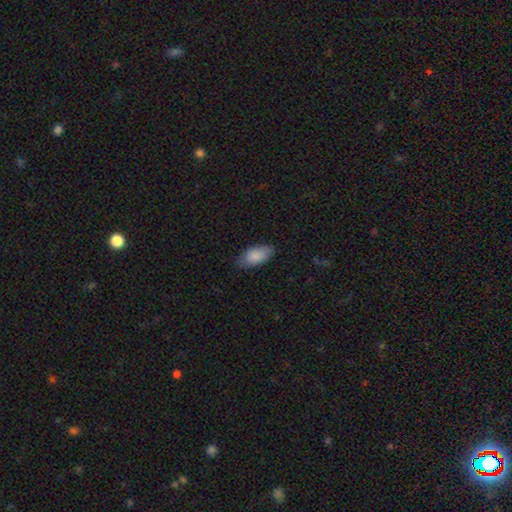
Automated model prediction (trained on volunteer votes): smooth_or_featured: smooth (p=0.88) [alt: featured or disk p=0.06]
how_rounded: in between (p=0.92) [alt: cigar-shaped p=0.06]
merging: none (p=0.79) [alt: minor disturbance p=0.17]